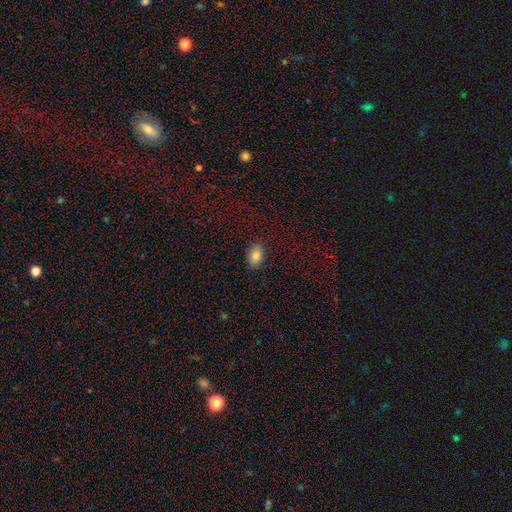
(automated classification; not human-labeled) smooth 85%, star or artifact 9%, featured or disk 6%. Down the decision tree: how rounded — in between (81%); merging — none (88%).